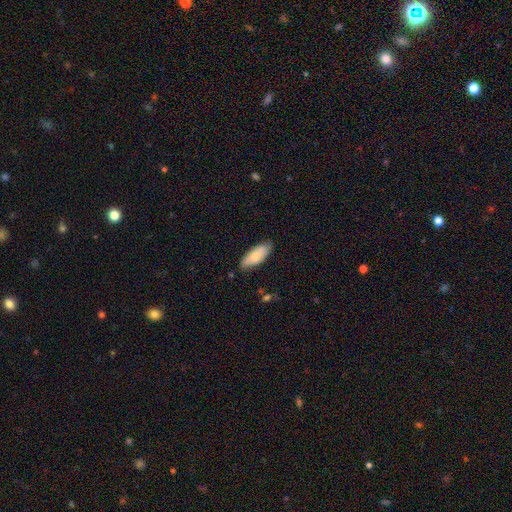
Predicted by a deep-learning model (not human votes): Q: Smooth or featured?
A: smooth (77%); runner-up: featured or disk (17%)
Q: How rounded?
A: in between (81%); runner-up: cigar-shaped (18%)
Q: Merging?
A: none (79%); runner-up: minor disturbance (17%)